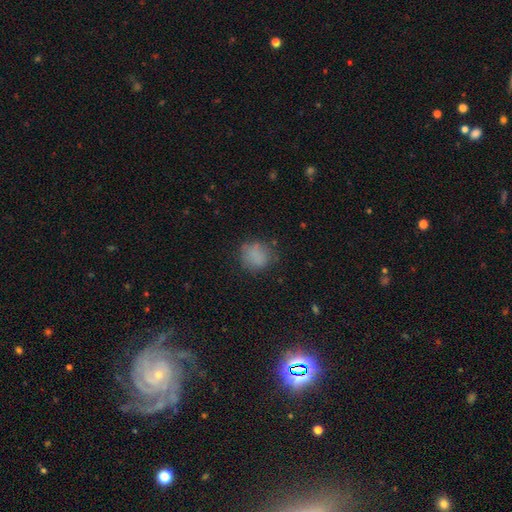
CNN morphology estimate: The model was most divided on "merging": none: 69%, minor disturbance: 20%, major disturbance: 9%, merger: 3%. More confident: smooth or featured — smooth (78%); how rounded — round (78%).